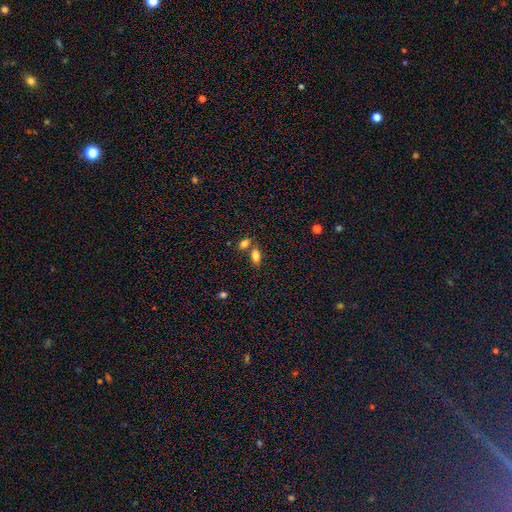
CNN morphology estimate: This is clearly a smooth galaxy (82%). How rounded: clearly in between (88%). Merging: likely none (60%).